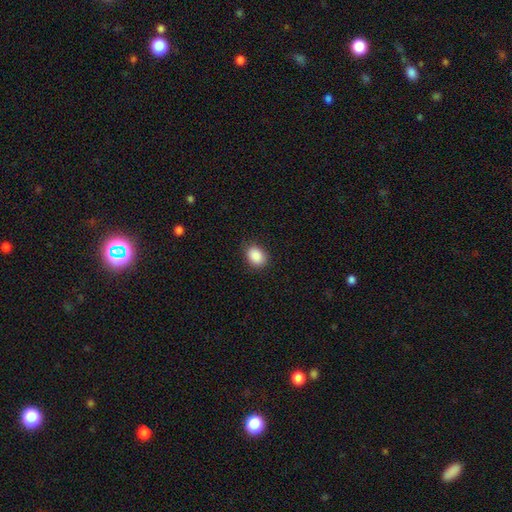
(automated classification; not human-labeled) Overall: smooth (89%). How rounded: in between (67%; round 32%). Merging: none (85%).